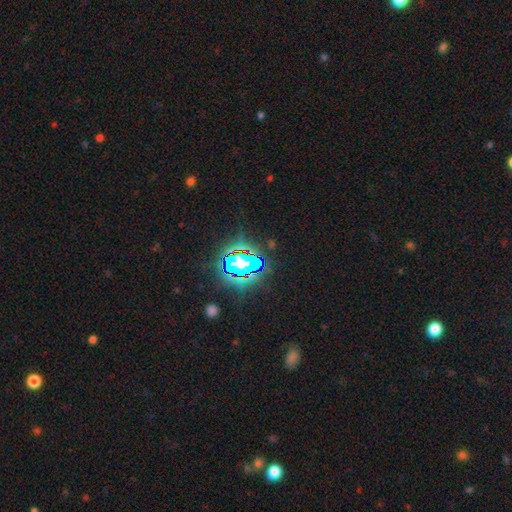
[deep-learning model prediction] Smooth or featured? star or artifact (81%)